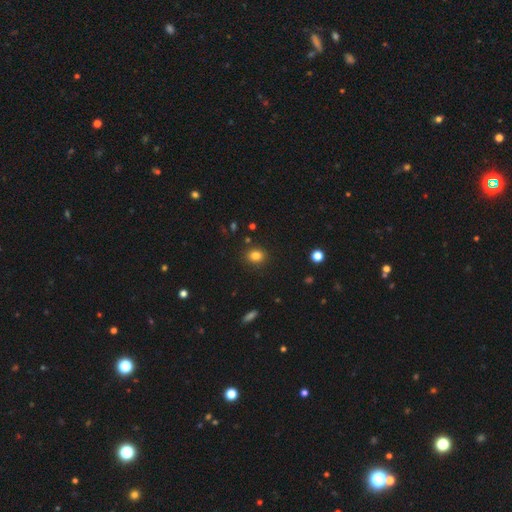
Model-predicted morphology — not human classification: type=smooth (82%); roundness=round (64%); merging=none (88%).